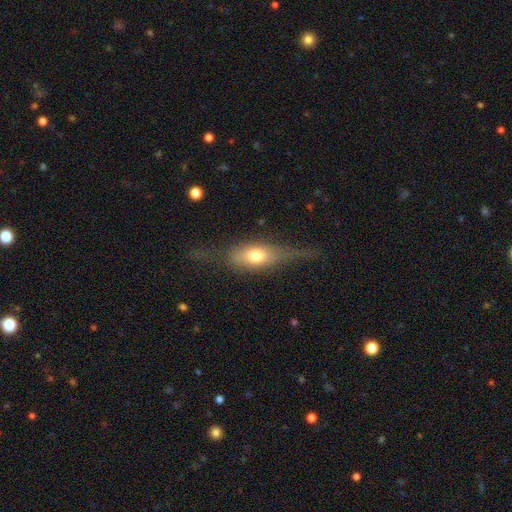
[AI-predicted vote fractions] Morphology: type=smooth (66%); roundness=in between (72%); merging=none (42%).